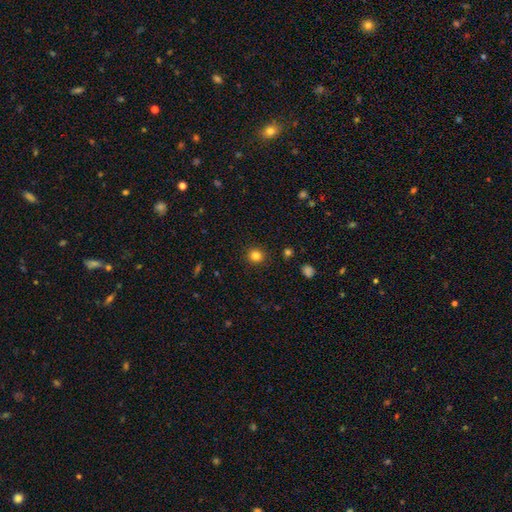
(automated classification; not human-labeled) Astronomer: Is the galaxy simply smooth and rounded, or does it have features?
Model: smooth — 82%.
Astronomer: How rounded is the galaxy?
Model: round — 90%.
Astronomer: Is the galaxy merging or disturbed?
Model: none — 90%.